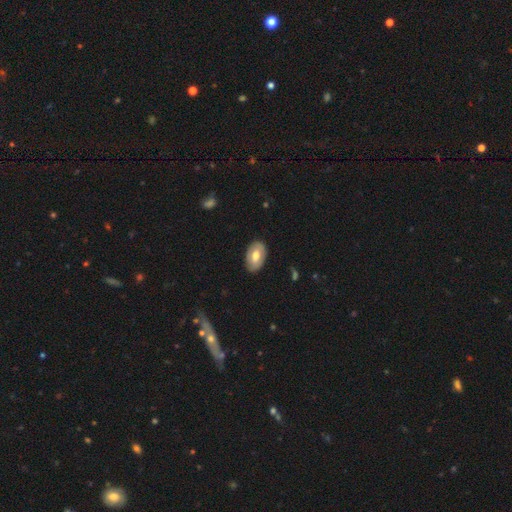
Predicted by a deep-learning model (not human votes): This appears to be a smooth galaxy with no disk features (61%) that is in between round and cigar-shaped (92%). Merging: none (84%).